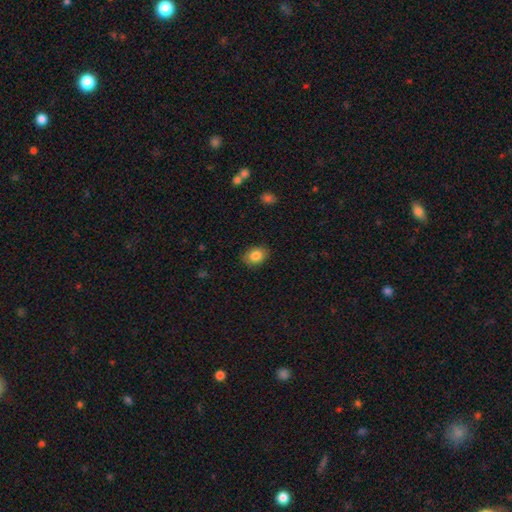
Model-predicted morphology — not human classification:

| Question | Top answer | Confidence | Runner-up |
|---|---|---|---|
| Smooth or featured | smooth | 84% | star or artifact (9%) |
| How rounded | in between | 69% | round (30%) |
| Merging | none | 87% | minor disturbance (10%) |